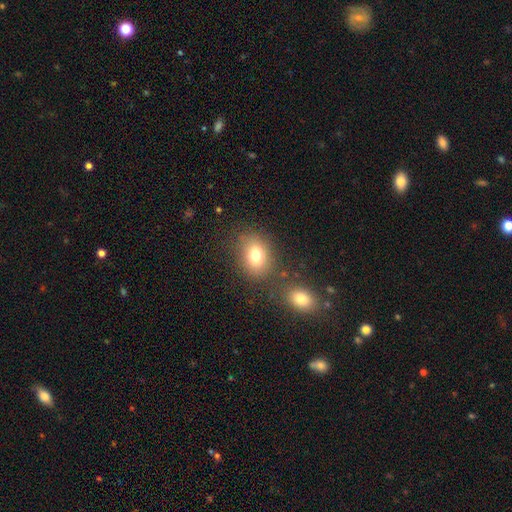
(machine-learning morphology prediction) Smooth or featured: smooth — 77% (star or artifact — 12%)
How rounded: in between — 61% (round — 38%)
Merging: none — 72% (minor disturbance — 12%)